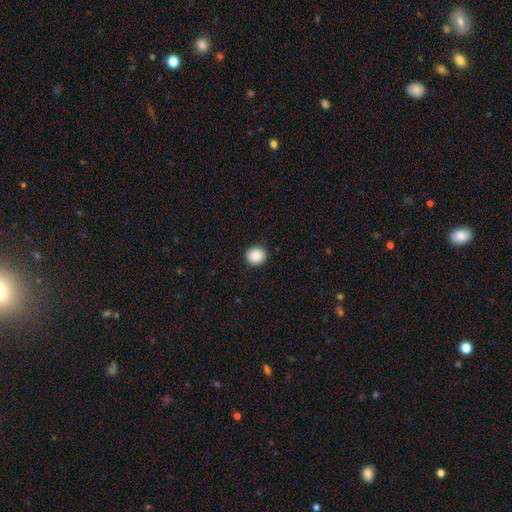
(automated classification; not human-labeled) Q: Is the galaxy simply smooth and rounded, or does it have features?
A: smooth — 89%.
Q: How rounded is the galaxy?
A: round — 88%.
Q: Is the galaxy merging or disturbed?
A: none — 93%.